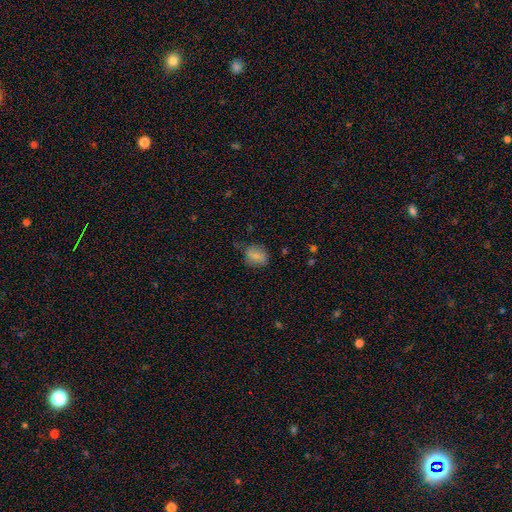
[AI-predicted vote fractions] Smooth or featured?
  - smooth: 78% *
  - featured or disk: 13%
  - star or artifact: 10%
How rounded?
  - in between: 55% *
  - round: 43%
  - cigar-shaped: 2%
Merging?
  - none: 71% *
  - minor disturbance: 21%
  - major disturbance: 5%
  - merger: 2%